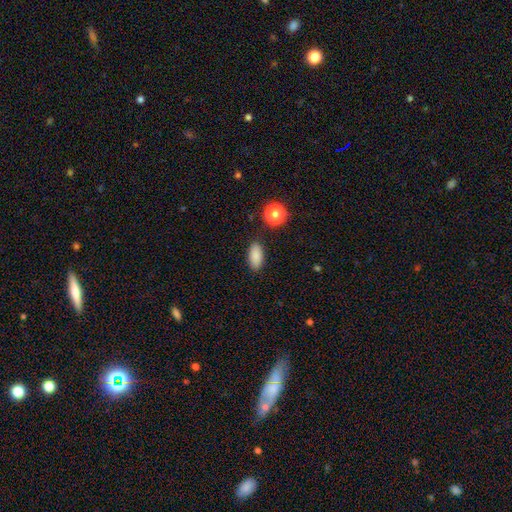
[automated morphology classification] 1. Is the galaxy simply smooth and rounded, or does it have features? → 85% smooth, 9% star or artifact, 5% featured or disk.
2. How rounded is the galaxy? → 87% in between, 8% cigar-shaped, 4% round.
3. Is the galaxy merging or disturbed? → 86% none, 9% minor disturbance, 3% major disturbance, 2% merger.